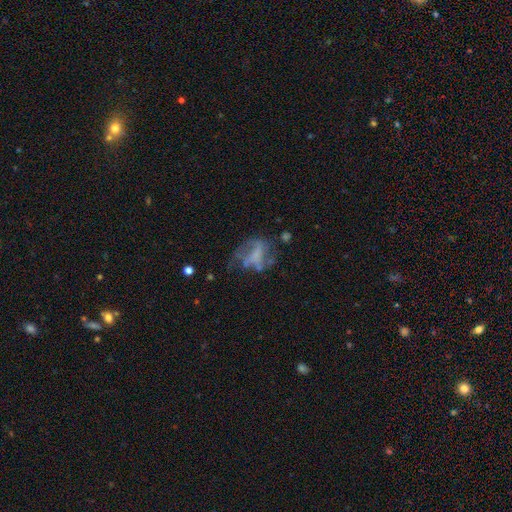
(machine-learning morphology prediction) Smooth or featured? featured or disk (56%)
Edge-on disk? no (97%)
Bar? no (57%)
Spiral arms? no (62%)
Bulge size? none (59%)
Merging? none (37%)